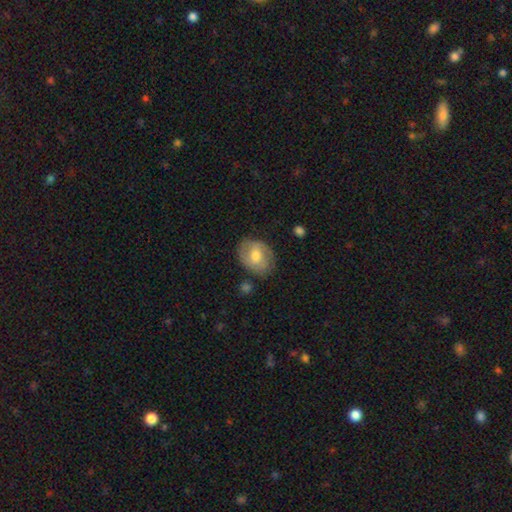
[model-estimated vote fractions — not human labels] This appears to be a smooth galaxy with no disk features (52%) that is in between round and cigar-shaped (59%). Merging: none (74%).